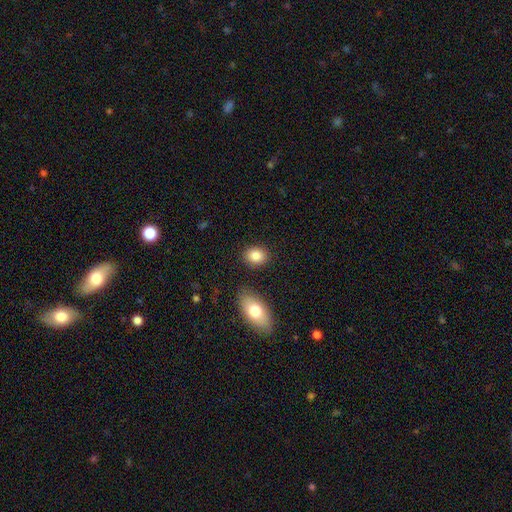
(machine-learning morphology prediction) smooth-or-featured: smooth: 85% | star or artifact: 8% | featured or disk: 7%
  how-rounded: in between: 60% | round: 39% | cigar-shaped: 2%
  merging: none: 85% | minor disturbance: 9% | merger: 4% | major disturbance: 3%